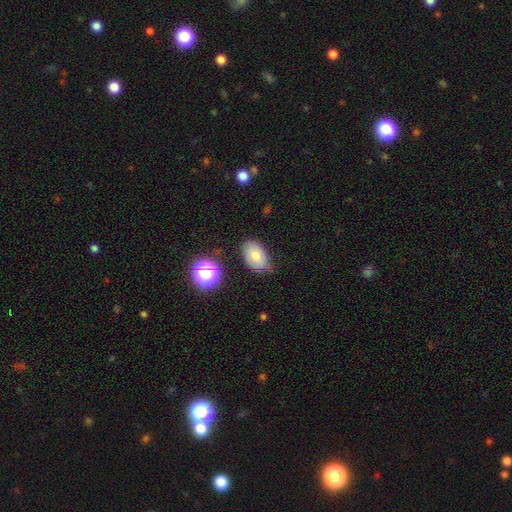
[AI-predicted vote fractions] smooth 73%, featured or disk 16%, star or artifact 11%. Down the decision tree: how rounded — in between (88%); merging — none (62%).